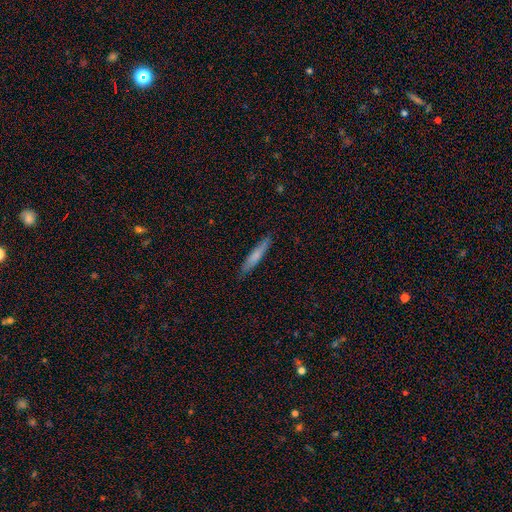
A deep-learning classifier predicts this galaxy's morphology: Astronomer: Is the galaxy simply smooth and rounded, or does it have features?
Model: smooth — 70%.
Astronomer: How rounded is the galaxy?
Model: cigar-shaped — 93%.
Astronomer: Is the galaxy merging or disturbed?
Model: none — 88%.